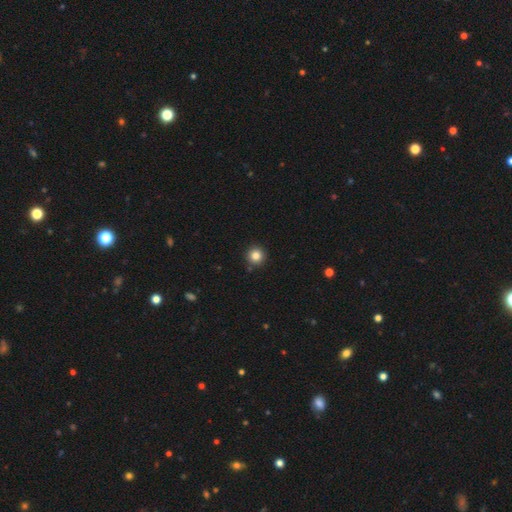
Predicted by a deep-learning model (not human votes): This appears to be a smooth galaxy with no disk features (84%) that is round (95%). Merging: none (91%).